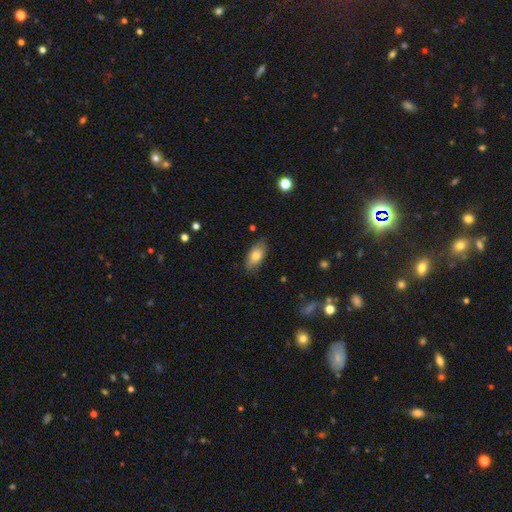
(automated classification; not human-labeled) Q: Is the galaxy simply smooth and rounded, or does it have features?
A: smooth — 77%.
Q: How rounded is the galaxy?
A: in between — 90%.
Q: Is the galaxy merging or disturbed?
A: none — 80%.